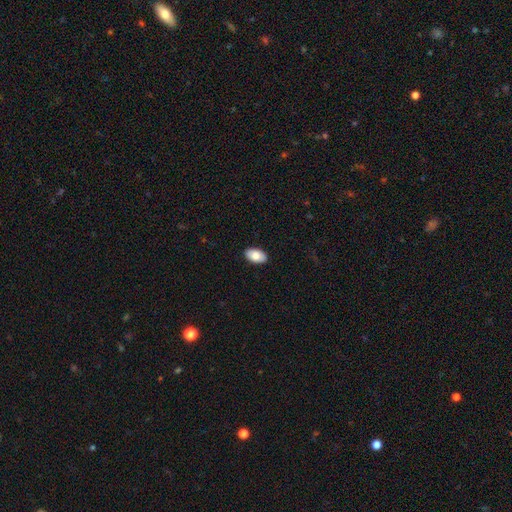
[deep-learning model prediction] Morphology: type=smooth (82%); roundness=in between (94%); merging=none (90%).